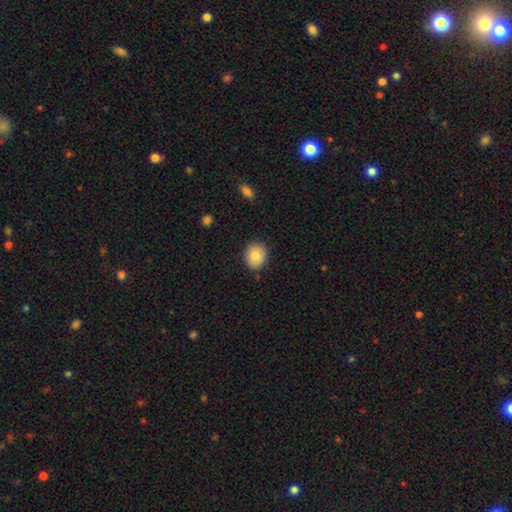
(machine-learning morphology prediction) Smooth or featured: smooth — 84% (featured or disk — 9%)
How rounded: round — 73% (in between — 27%)
Merging: none — 86% (minor disturbance — 10%)